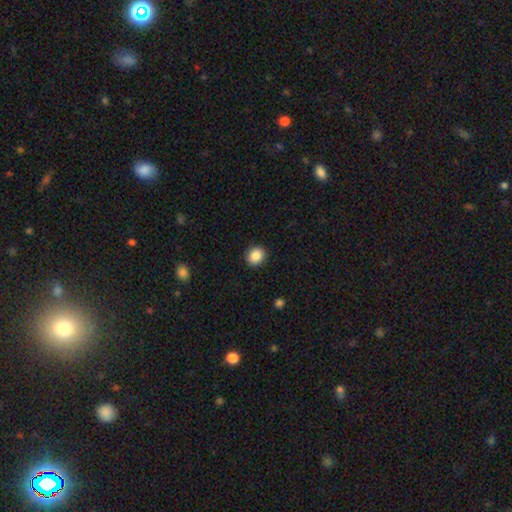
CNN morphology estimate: Smooth or featured? smooth (88%)
How rounded? round (81%)
Merging? none (91%)